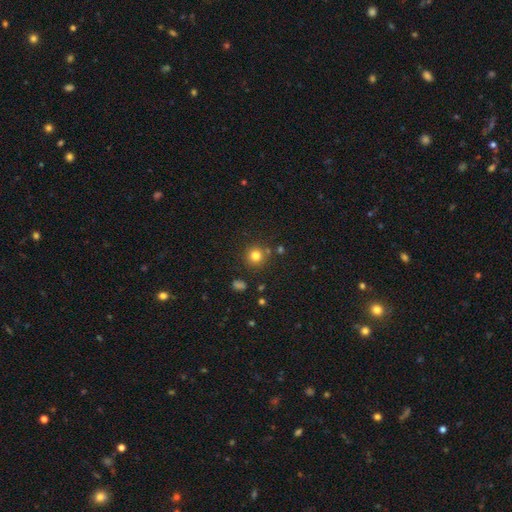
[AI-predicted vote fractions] This appears to be a smooth galaxy with no disk features (79%) that is round (93%). Merging: none (82%).